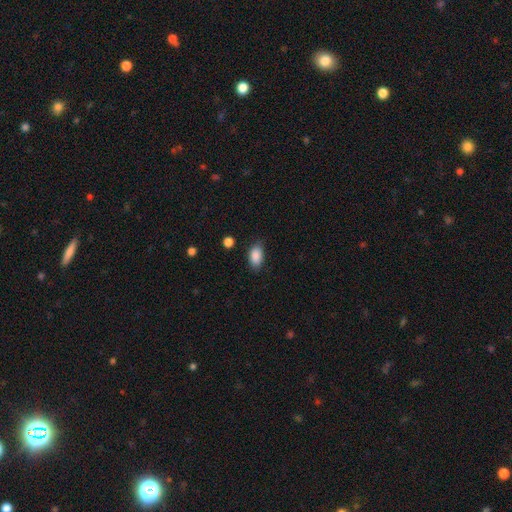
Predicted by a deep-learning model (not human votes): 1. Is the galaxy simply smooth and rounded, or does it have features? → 88% smooth, 8% star or artifact, 4% featured or disk.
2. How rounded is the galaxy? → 91% in between, 7% round, 2% cigar-shaped.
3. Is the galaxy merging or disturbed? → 78% none, 17% minor disturbance, 3% major disturbance, 2% merger.